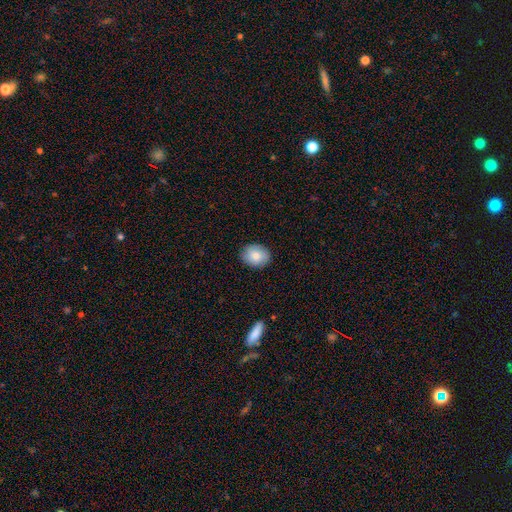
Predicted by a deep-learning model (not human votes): Smooth or featured: smooth — 84% (featured or disk — 9%)
How rounded: round — 51% (in between — 48%)
Merging: none — 88% (minor disturbance — 9%)